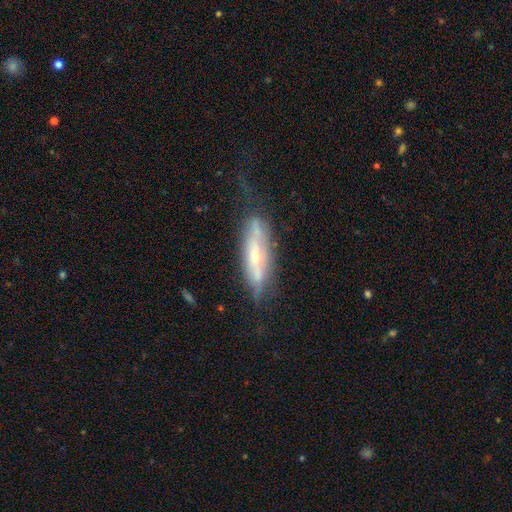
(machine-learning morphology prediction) type=featured or disk (64%); edge-on=yes (55%); merging=none (55%).